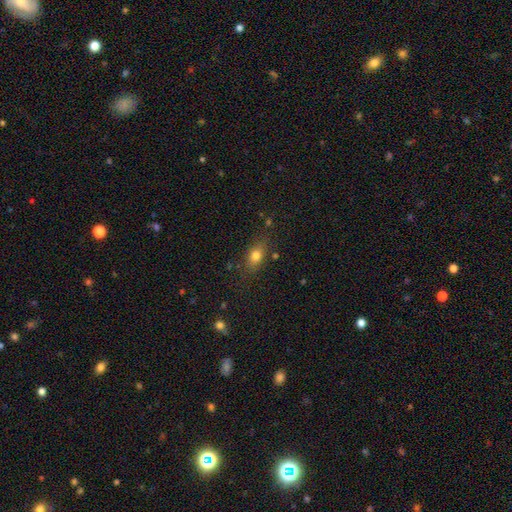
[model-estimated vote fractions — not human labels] Smooth or featured: smooth — 76% (featured or disk — 12%)
How rounded: in between — 73% (round — 20%)
Merging: none — 76% (minor disturbance — 16%)